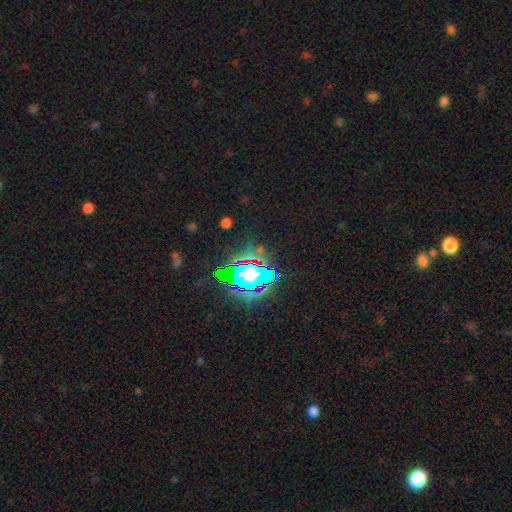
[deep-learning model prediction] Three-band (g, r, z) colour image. It shows a star or artifact, not a galaxy (75%).